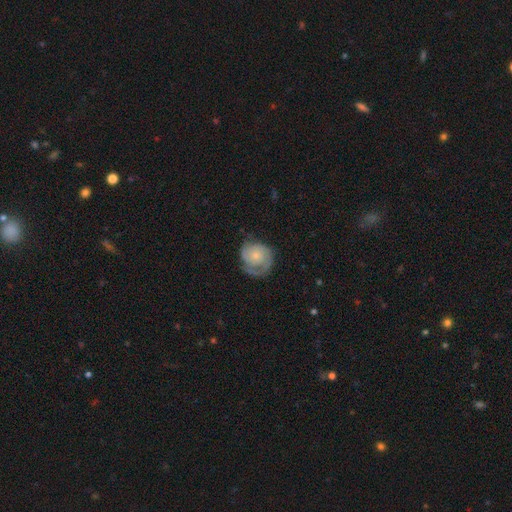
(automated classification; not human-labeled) smooth_or_featured: featured or disk (p=0.66) [alt: smooth p=0.28]
disk_edge_on: no (p=0.98) [alt: yes p=0.02]
bar: no (p=0.80) [alt: weak p=0.18]
has_spiral_arms: yes (p=0.89) [alt: no p=0.11]
spiral_winding: tight (p=0.57) [alt: medium p=0.31]
spiral_arm_count: 2 (p=0.43) [alt: 1 p=0.30]
bulge_size: small (p=0.64) [alt: moderate p=0.26]
merging: none (p=0.56) [alt: minor disturbance p=0.25]